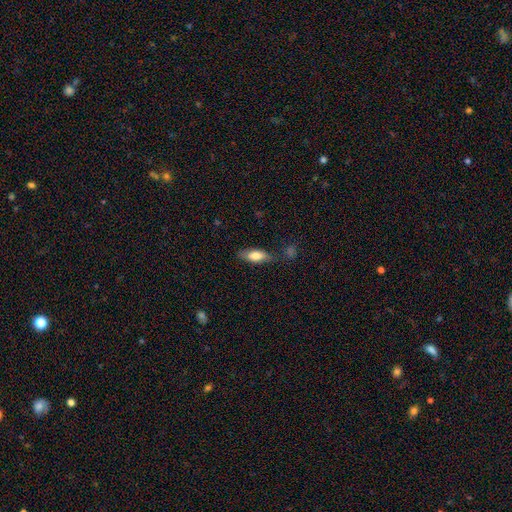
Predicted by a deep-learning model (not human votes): smooth 74%, featured or disk 19%, star or artifact 7%. Down the decision tree: how rounded — in between (73%); merging — none (73%).